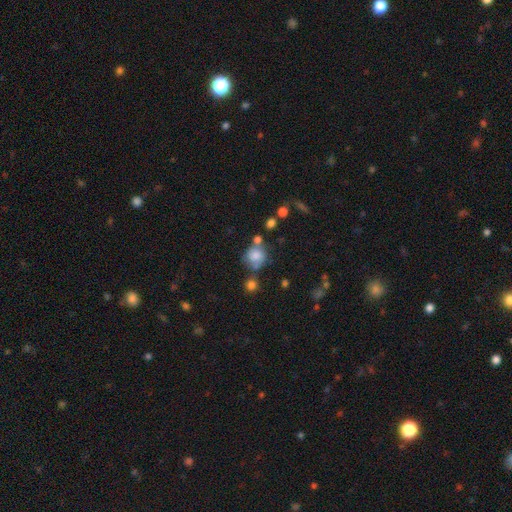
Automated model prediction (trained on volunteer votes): Smooth or featured?
  - smooth: 75% *
  - featured or disk: 14%
  - star or artifact: 11%
How rounded?
  - round: 78% *
  - in between: 21%
  - cigar-shaped: 1%
Merging?
  - none: 49% *
  - minor disturbance: 21%
  - merger: 20%
  - major disturbance: 10%